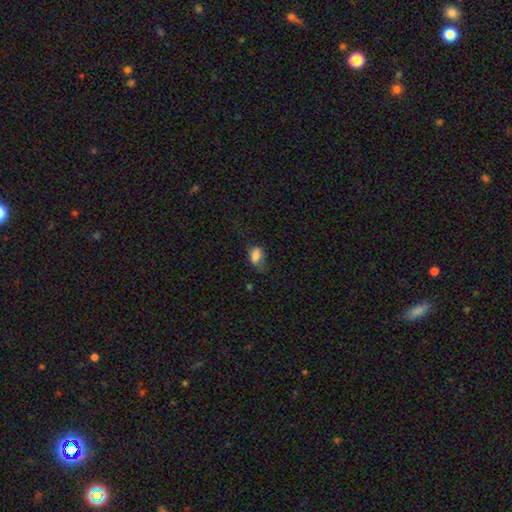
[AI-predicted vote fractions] This is clearly a smooth galaxy (82%). How rounded: clearly in between (85%). Merging: possibly none (46%).